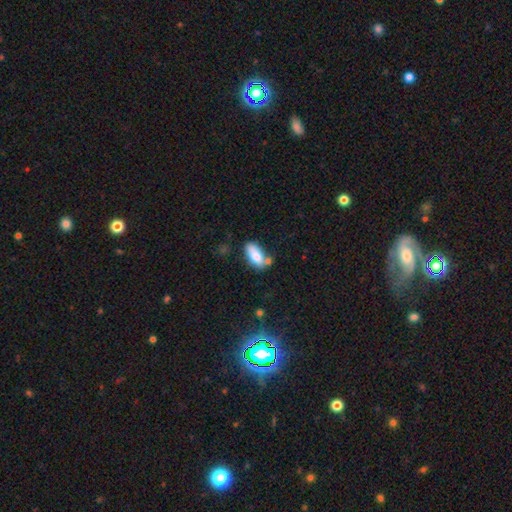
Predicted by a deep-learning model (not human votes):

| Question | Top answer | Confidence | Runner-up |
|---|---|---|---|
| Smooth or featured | smooth | 78% | featured or disk (15%) |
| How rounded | in between | 87% | cigar-shaped (10%) |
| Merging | none | 57% | minor disturbance (22%) |